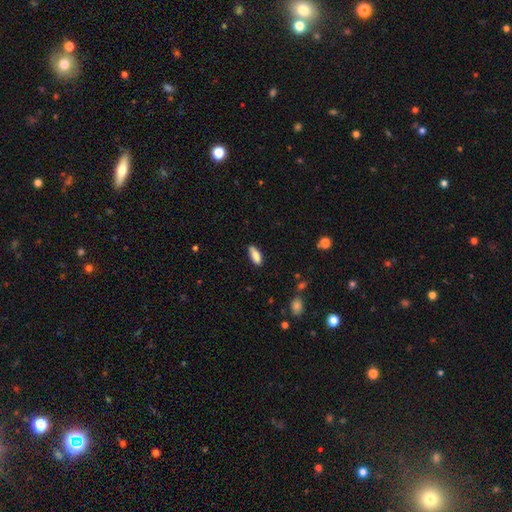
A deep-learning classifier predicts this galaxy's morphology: smooth_or_featured: smooth (p=0.87) [alt: featured or disk p=0.07]
how_rounded: in between (p=0.75) [alt: cigar-shaped p=0.23]
merging: none (p=0.81) [alt: minor disturbance p=0.15]